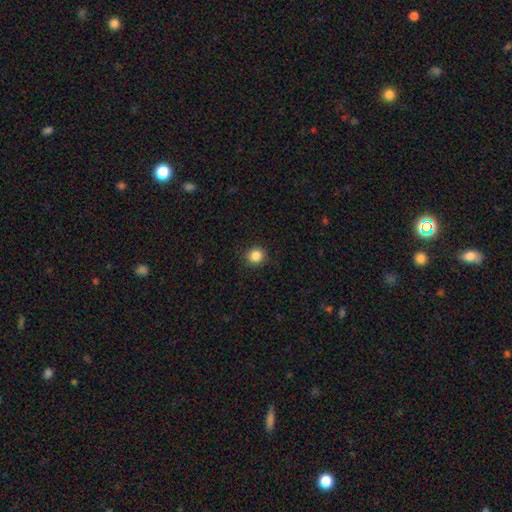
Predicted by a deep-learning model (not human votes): A smooth galaxy with no disk features (86%) that is round (90%). Merging: none (91%).